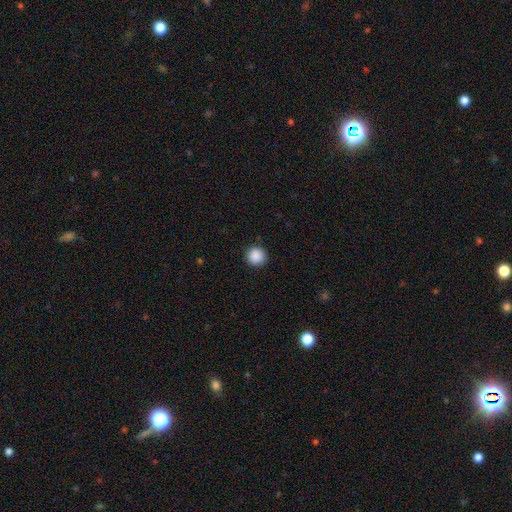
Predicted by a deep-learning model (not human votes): Morphology: type=smooth (89%); roundness=round (95%); merging=none (92%).